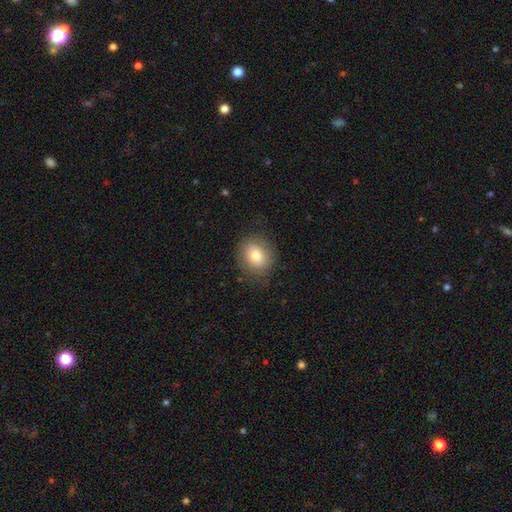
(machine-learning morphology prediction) Q: Smooth or featured?
A: smooth (78%); runner-up: featured or disk (14%)
Q: How rounded?
A: round (67%); runner-up: in between (32%)
Q: Merging?
A: none (80%); runner-up: minor disturbance (14%)